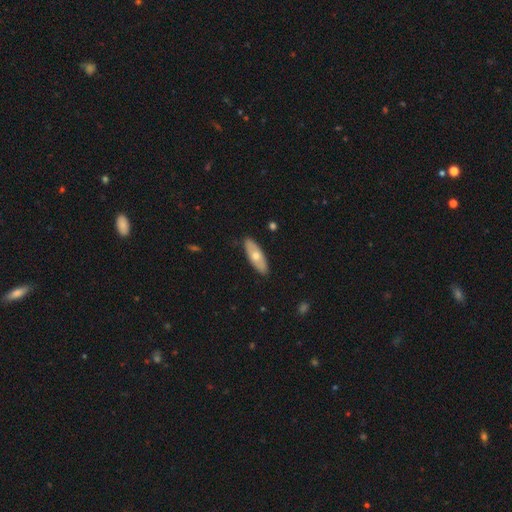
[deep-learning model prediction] A smooth galaxy with no disk features (55%) that is in between round and cigar-shaped (66%).

Vote fractions:
- Smooth or featured? smooth: 55% / featured or disk: 39% / star or artifact: 6%
- How rounded? in between: 66% / cigar-shaped: 32% / round: 3%
- Merging? none: 88% / minor disturbance: 9% / major disturbance: 2% / merger: 1%